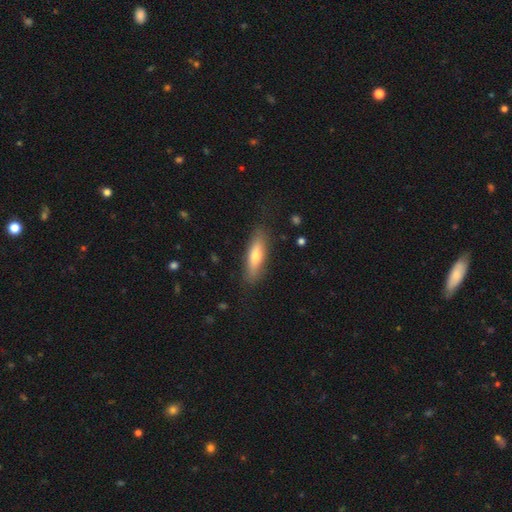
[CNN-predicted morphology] Overall: smooth (65%; featured or disk 28%). How rounded: cigar-shaped (55%; in between 43%). Merging: none (83%).